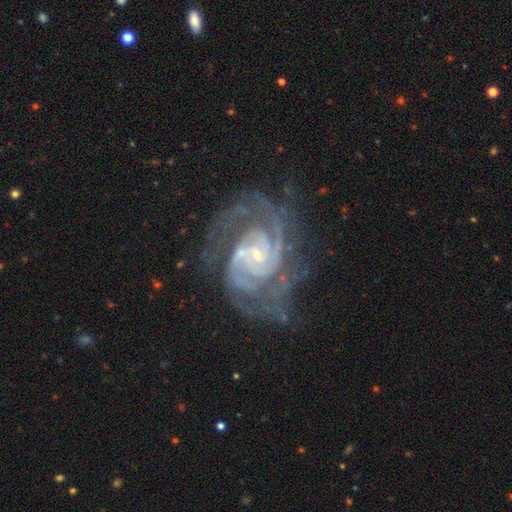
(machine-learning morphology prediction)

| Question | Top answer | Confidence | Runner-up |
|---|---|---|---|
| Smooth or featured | featured or disk | 92% | star or artifact (5%) |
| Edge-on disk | no | 98% | yes (2%) |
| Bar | weak | 48% | no (37%) |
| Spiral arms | yes | 99% | no (1%) |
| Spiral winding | tight | 54% | medium (40%) |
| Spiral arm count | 2 | 54% | 3 (19%) |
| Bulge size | small | 70% | moderate (19%) |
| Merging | none | 64% | minor disturbance (19%) |